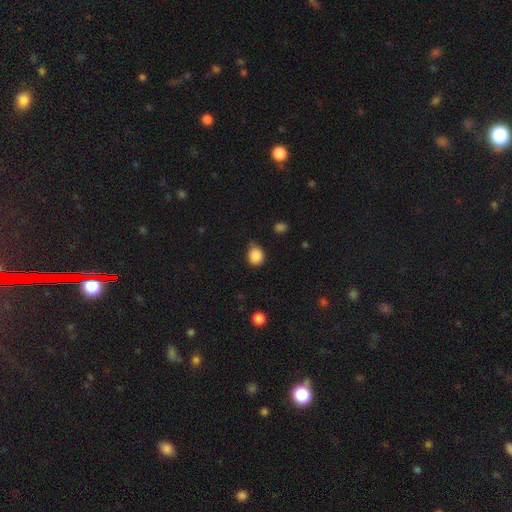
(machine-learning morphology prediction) type=smooth (87%); roundness=round (68%); merging=none (65%).